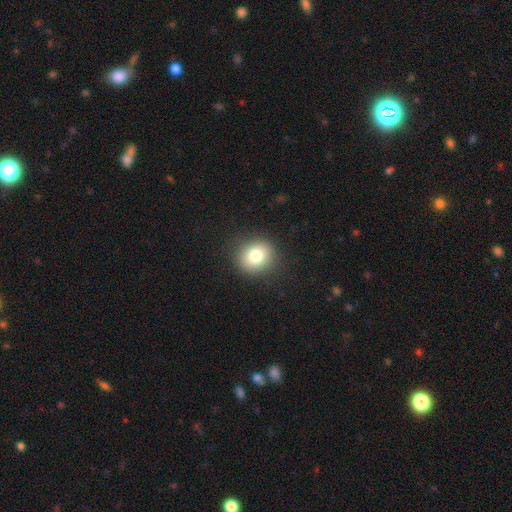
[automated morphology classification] The model was most divided on "how rounded": round: 83%, in between: 16%, cigar-shaped: 1%. More confident: merging — none (90%); smooth or featured — smooth (79%).